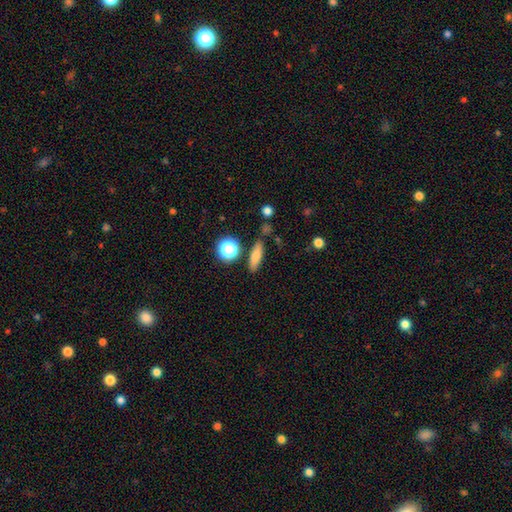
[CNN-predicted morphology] Smooth or featured: smooth — 75% (featured or disk — 13%)
How rounded: cigar-shaped — 51% (in between — 39%)
Merging: none — 79% (minor disturbance — 11%)